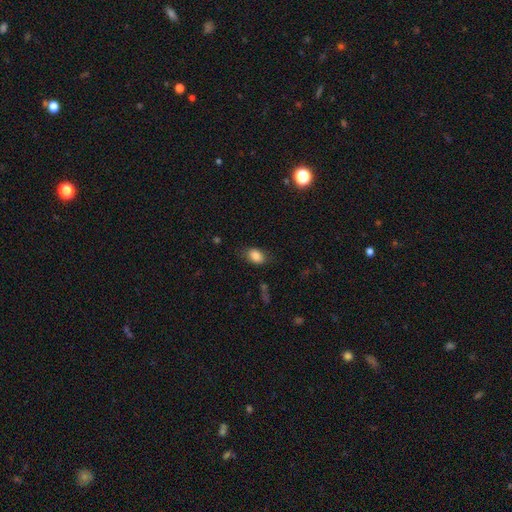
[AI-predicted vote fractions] smooth-or-featured: smooth: 85% | star or artifact: 9% | featured or disk: 6%
  how-rounded: in between: 81% | round: 17% | cigar-shaped: 1%
  merging: none: 76% | minor disturbance: 17% | major disturbance: 5% | merger: 2%